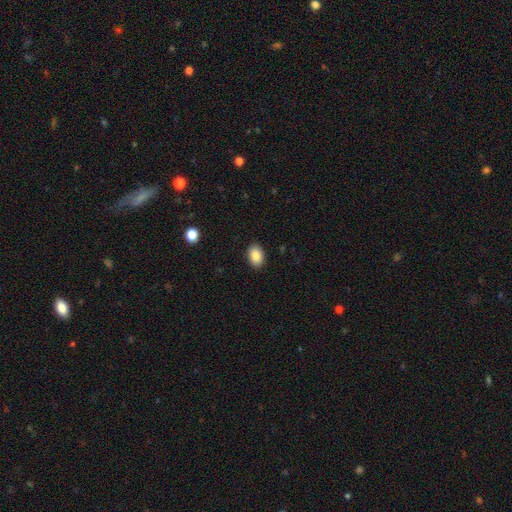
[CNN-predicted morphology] smooth_or_featured: smooth (p=0.88) [alt: star or artifact p=0.08]
how_rounded: in between (p=0.85) [alt: round p=0.14]
merging: none (p=0.89) [alt: minor disturbance p=0.08]